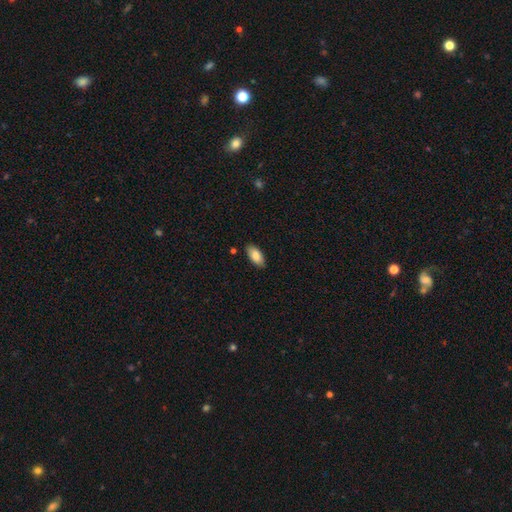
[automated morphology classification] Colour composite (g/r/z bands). It shows a smooth galaxy with no disk features (83%) that is in between round and cigar-shaped (92%). Merging: none (88%).